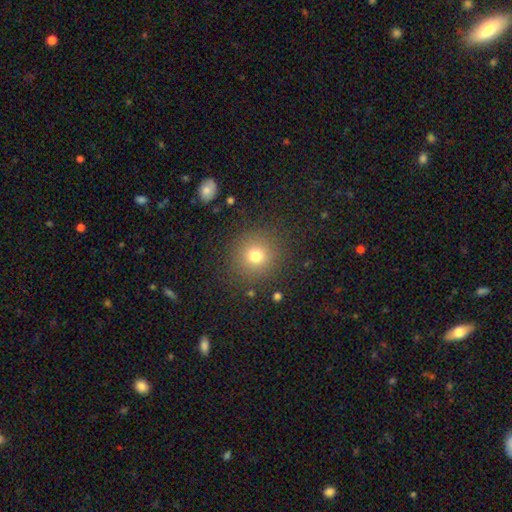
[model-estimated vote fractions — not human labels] Overall: smooth (75%). How rounded: round (92%). Merging: none (88%).